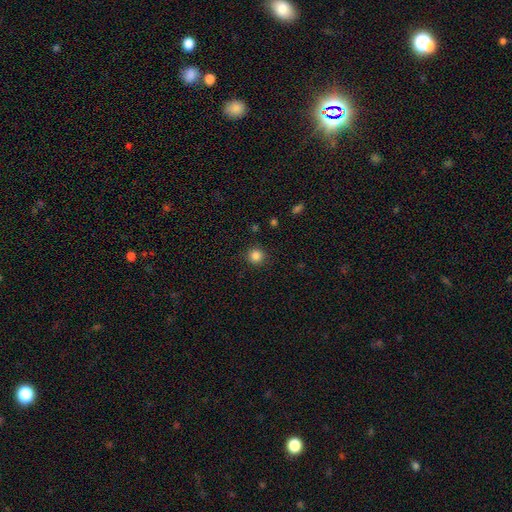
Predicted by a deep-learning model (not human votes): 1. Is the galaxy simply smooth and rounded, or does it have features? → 84% smooth, 12% star or artifact, 4% featured or disk.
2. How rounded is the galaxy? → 93% round, 6% in between, 1% cigar-shaped.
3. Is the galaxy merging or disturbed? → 90% none, 7% minor disturbance, 2% major disturbance, 1% merger.